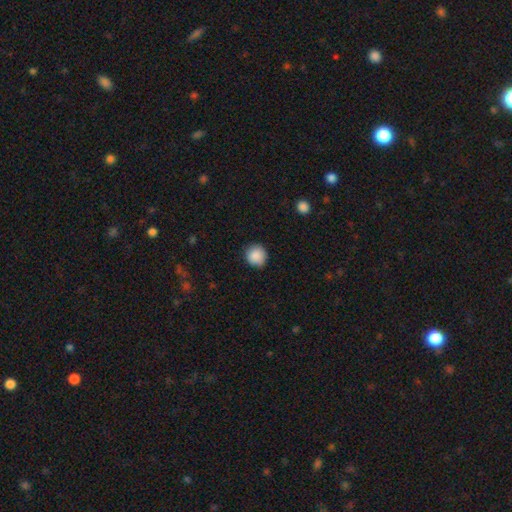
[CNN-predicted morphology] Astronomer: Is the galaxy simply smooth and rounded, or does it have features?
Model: smooth — 88%.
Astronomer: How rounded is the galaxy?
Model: round — 93%.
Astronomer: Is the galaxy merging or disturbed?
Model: none — 87%.